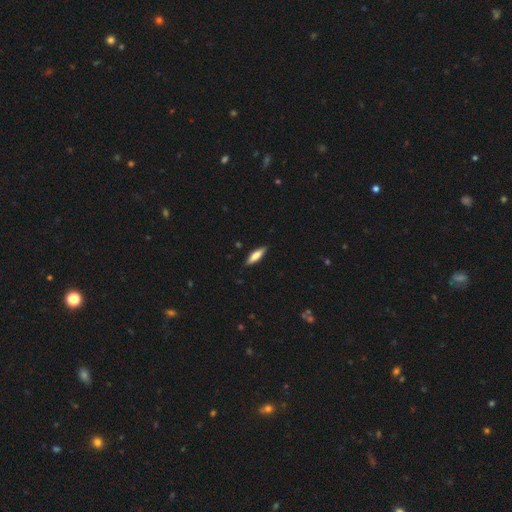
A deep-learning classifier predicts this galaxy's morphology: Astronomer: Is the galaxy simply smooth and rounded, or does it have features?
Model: smooth — 74%.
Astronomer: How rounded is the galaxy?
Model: cigar-shaped — 61% (runner-up: in between, 38%).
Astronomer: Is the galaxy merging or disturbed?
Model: none — 88%.